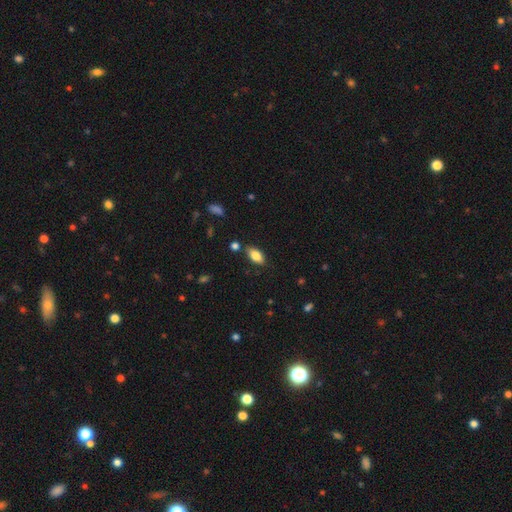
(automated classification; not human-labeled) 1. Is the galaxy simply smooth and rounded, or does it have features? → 83% smooth, 9% featured or disk, 7% star or artifact.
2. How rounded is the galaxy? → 91% in between, 6% cigar-shaped, 3% round.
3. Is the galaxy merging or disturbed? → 81% none, 12% minor disturbance, 4% merger, 3% major disturbance.